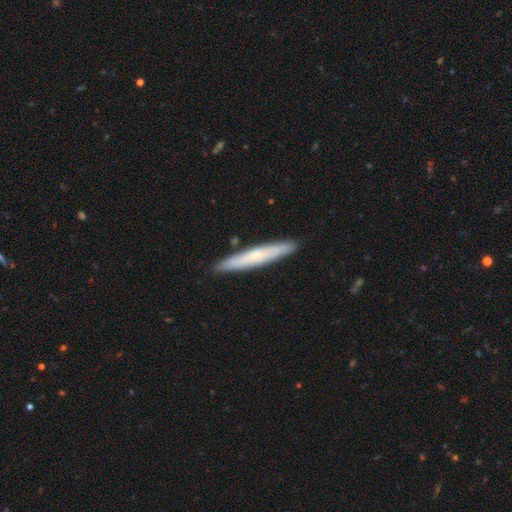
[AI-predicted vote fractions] Smooth or featured?
  - smooth: 55% *
  - featured or disk: 40%
  - star or artifact: 5%
How rounded?
  - cigar-shaped: 94% *
  - in between: 5%
  - round: 1%
Merging?
  - none: 89% *
  - minor disturbance: 8%
  - merger: 2%
  - major disturbance: 1%